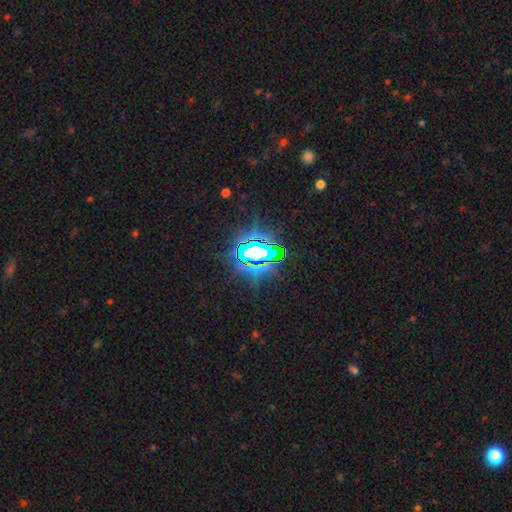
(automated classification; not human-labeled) Morphology: type=star or artifact (77%).